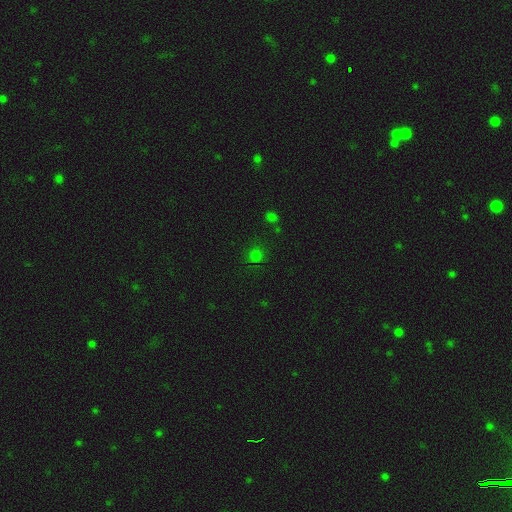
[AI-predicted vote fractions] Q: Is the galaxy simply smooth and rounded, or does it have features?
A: smooth — 70%.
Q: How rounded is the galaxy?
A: round — 90%.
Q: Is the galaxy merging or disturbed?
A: none — 84%.